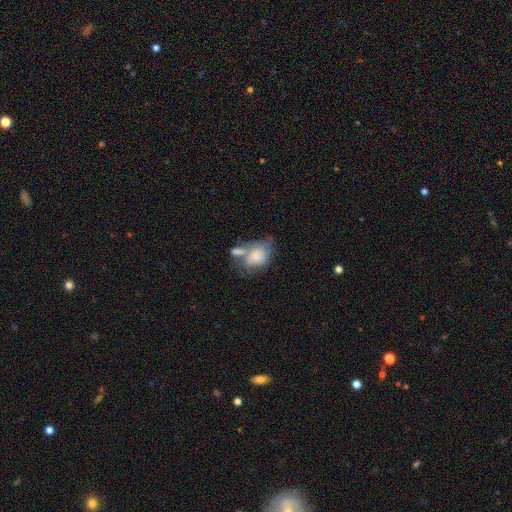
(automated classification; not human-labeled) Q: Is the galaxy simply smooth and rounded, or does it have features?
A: smooth — 65%.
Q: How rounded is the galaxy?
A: in between — 72%.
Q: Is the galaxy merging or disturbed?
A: merger — 43%.